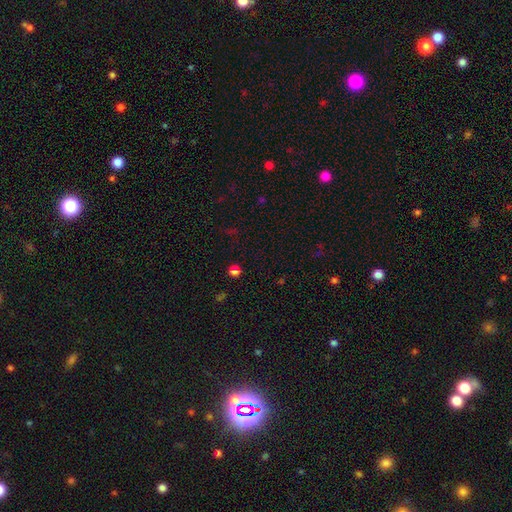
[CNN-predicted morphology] smooth_or_featured: star or artifact (p=0.48) [alt: smooth p=0.45]